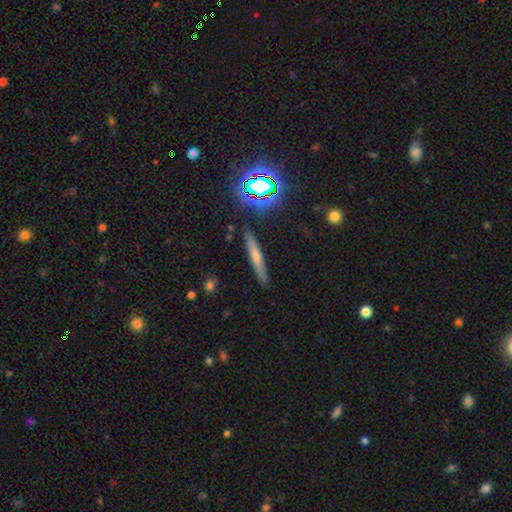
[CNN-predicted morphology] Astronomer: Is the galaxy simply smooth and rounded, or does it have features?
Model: smooth — 47% (runner-up: featured or disk, 36%).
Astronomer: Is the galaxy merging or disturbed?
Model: none — 86%.